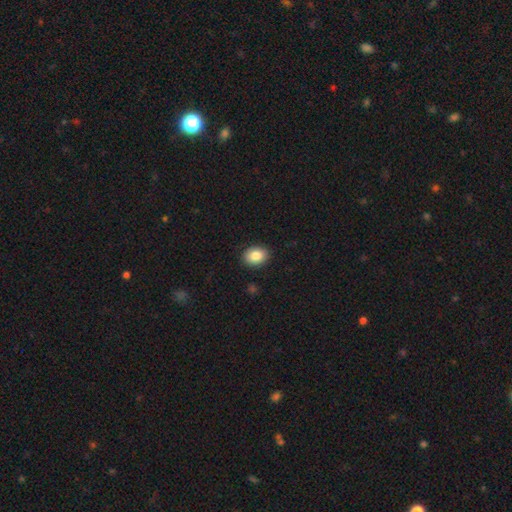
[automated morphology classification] The model was most divided on "how rounded": in between: 63%, round: 36%, cigar-shaped: 1%. More confident: merging — none (90%); smooth or featured — smooth (86%).